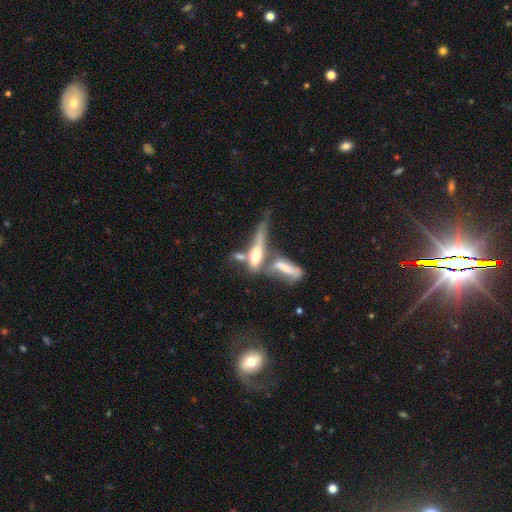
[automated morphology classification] Smooth or featured: featured or disk — 48% (smooth — 42%)
Merging: merger — 62% (none — 16%)